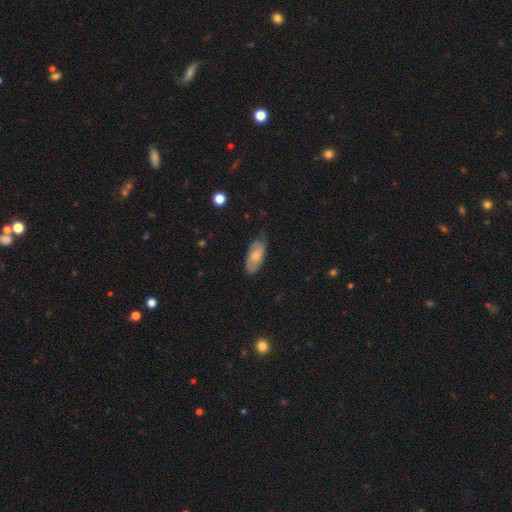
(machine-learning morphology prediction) A smooth galaxy with no disk features (63%) that is in between round and cigar-shaped (87%). Merging: none (65%).